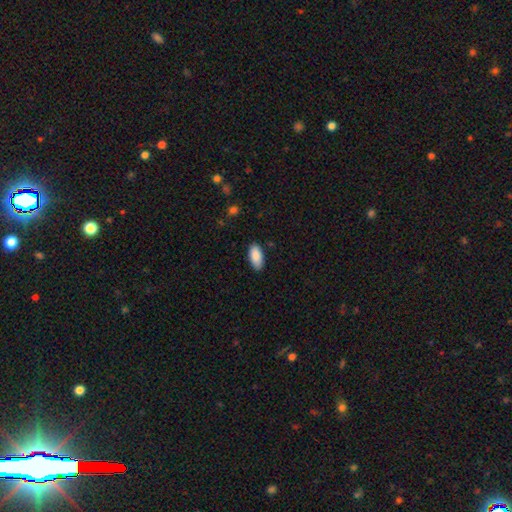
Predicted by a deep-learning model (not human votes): Smooth or featured?
  - smooth: 89% *
  - star or artifact: 6%
  - featured or disk: 5%
How rounded?
  - in between: 92% *
  - cigar-shaped: 6%
  - round: 2%
Merging?
  - none: 85% *
  - minor disturbance: 12%
  - major disturbance: 2%
  - merger: 1%